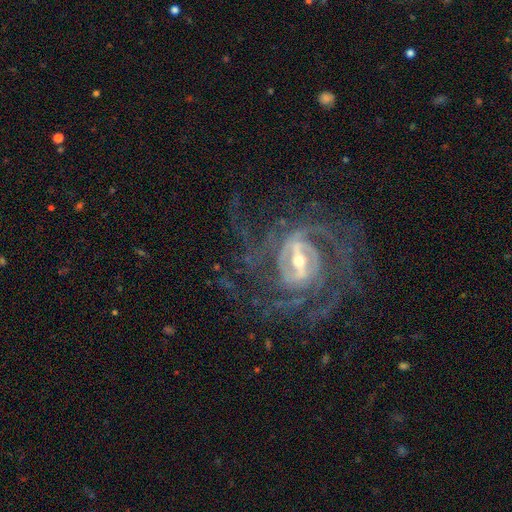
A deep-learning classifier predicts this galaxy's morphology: type=featured or disk (89%); edge-on=no (97%); bar=strong (49%); spiral arms=yes (98%); winding=tight (54%); arm count=2 (26%); bulge=small (52%); merging=none (72%).